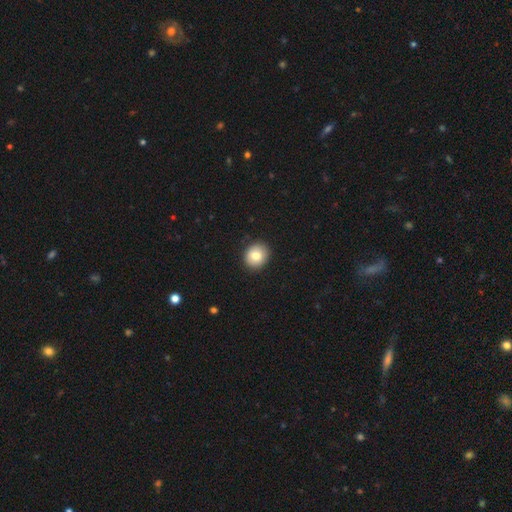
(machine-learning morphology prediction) A smooth galaxy with no disk features (80%) that is round (78%). Merging: none (90%).